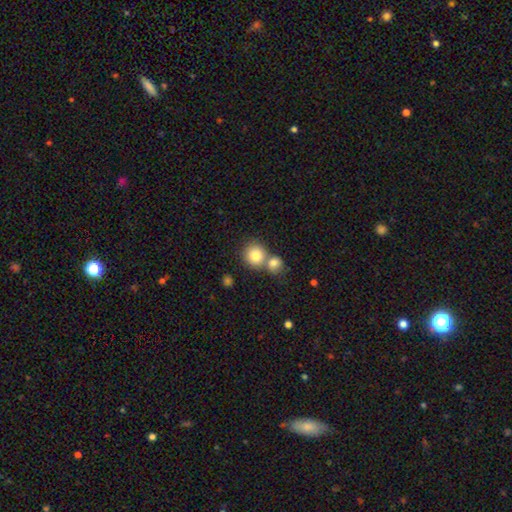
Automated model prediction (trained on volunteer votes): The model was most divided on "merging": none: 47%, merger: 44%, minor disturbance: 7%, major disturbance: 2%. More confident: how rounded — round (86%); smooth or featured — smooth (81%).